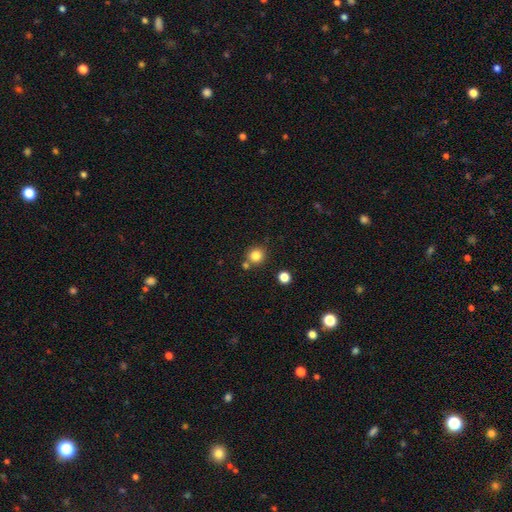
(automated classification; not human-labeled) Smooth or featured: smooth — 83% (star or artifact — 12%)
How rounded: round — 93% (in between — 6%)
Merging: none — 76% (merger — 13%)